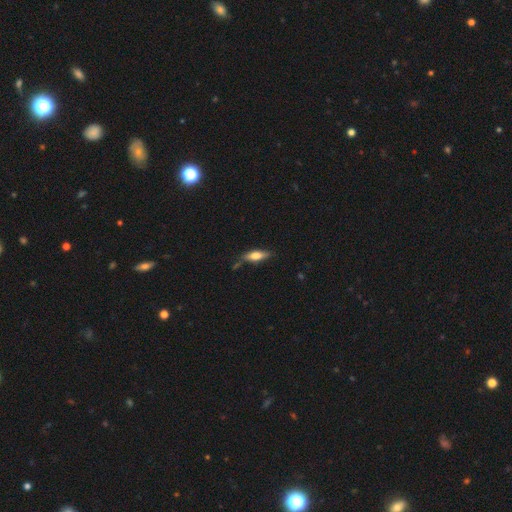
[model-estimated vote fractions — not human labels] smooth-or-featured: smooth: 62% | featured or disk: 31% | star or artifact: 7%
  how-rounded: in between: 52% | cigar-shaped: 45% | round: 3%
  merging: none: 65% | minor disturbance: 22% | merger: 7% | major disturbance: 6%